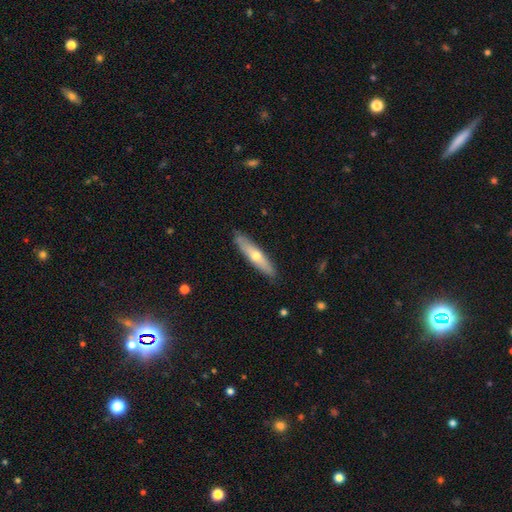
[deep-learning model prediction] smooth_or_featured: smooth (p=0.49) [alt: featured or disk p=0.45]
merging: none (p=0.87) [alt: minor disturbance p=0.10]